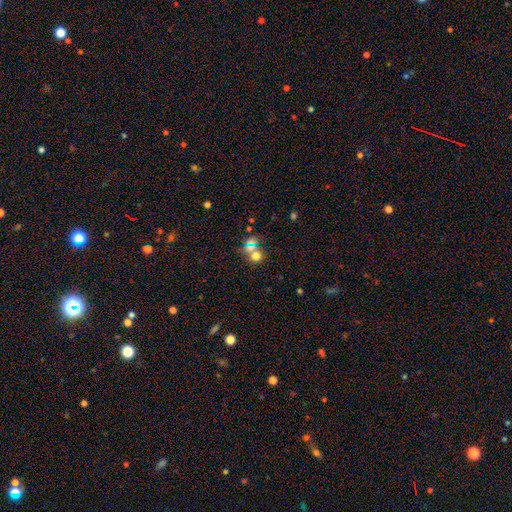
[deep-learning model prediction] Smooth or featured?
  - smooth: 60% *
  - star or artifact: 30%
  - featured or disk: 10%
How rounded?
  - round: 83% *
  - in between: 15%
  - cigar-shaped: 1%
Merging?
  - none: 59% *
  - merger: 29%
  - minor disturbance: 8%
  - major disturbance: 4%